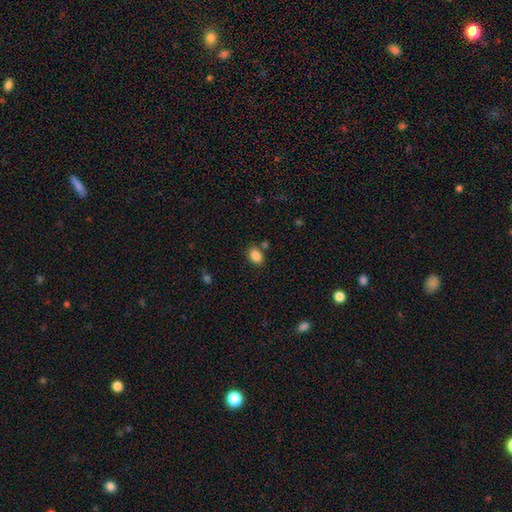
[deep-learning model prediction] Smooth or featured?
  - smooth: 86% *
  - star or artifact: 9%
  - featured or disk: 5%
How rounded?
  - in between: 79% *
  - round: 20%
  - cigar-shaped: 1%
Merging?
  - none: 77% *
  - minor disturbance: 12%
  - merger: 8%
  - major disturbance: 3%